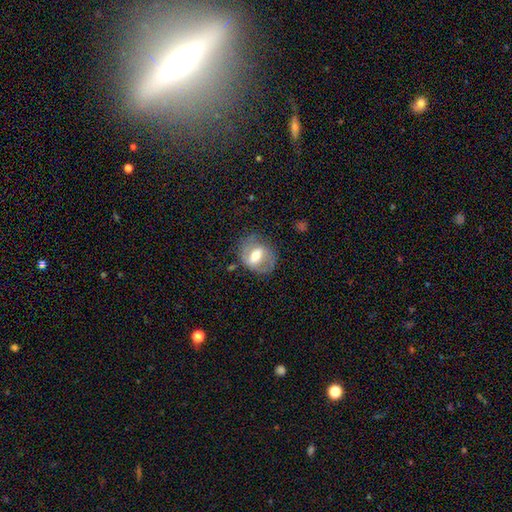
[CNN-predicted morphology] Q: Smooth or featured?
A: featured or disk (58%); runner-up: smooth (35%)
Q: Edge-on disk?
A: no (94%); runner-up: yes (6%)
Q: Bar?
A: strong (43%); tied with: weak (43%)
Q: Spiral arms?
A: yes (62%); runner-up: no (38%)
Q: Bulge size?
A: moderate (62%); runner-up: large (21%)
Q: Merging?
A: none (66%); runner-up: minor disturbance (21%)